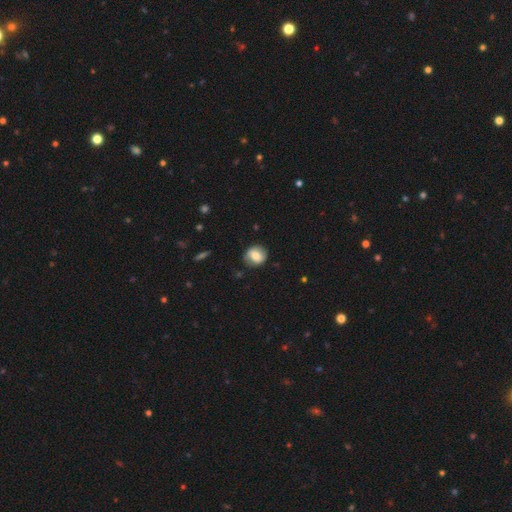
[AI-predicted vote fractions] The model was most divided on "smooth or featured": smooth: 62%, featured or disk: 30%, star or artifact: 8%. More confident: merging — none (79%); how rounded — round (78%).